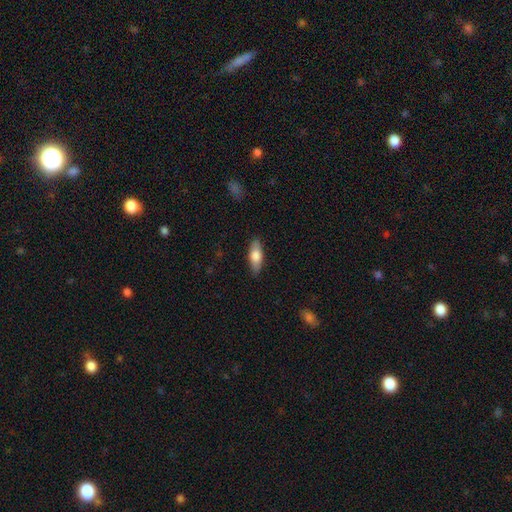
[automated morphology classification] A smooth galaxy with no disk features (71%) that is in between round and cigar-shaped (71%).

Vote fractions:
- Smooth or featured? smooth: 71% / featured or disk: 23% / star or artifact: 6%
- How rounded? in between: 71% / cigar-shaped: 26% / round: 3%
- Merging? none: 87% / minor disturbance: 10% / major disturbance: 2% / merger: 1%